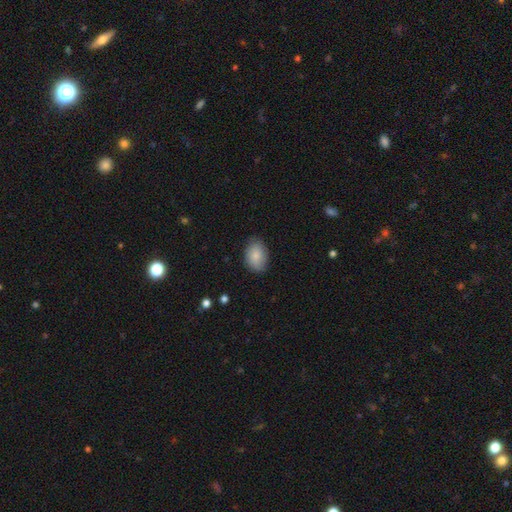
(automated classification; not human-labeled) Overall: smooth (86%). How rounded: in between (84%). Merging: none (83%).